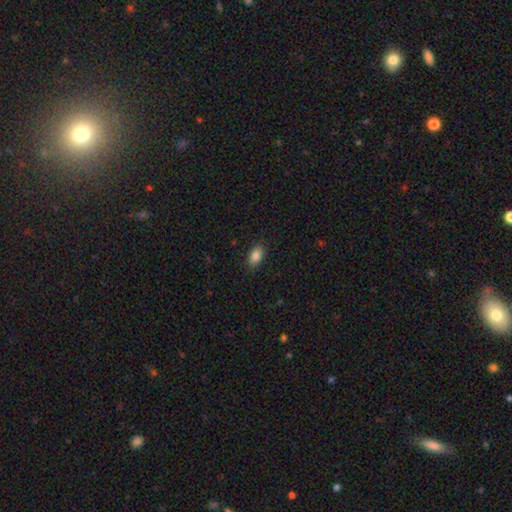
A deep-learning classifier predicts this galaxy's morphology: A smooth galaxy with no disk features (86%) that is in between round and cigar-shaped (90%).

Vote fractions:
- Smooth or featured? smooth: 86% / star or artifact: 8% / featured or disk: 5%
- How rounded? in between: 90% / round: 7% / cigar-shaped: 4%
- Merging? none: 87% / minor disturbance: 9% / major disturbance: 2% / merger: 1%